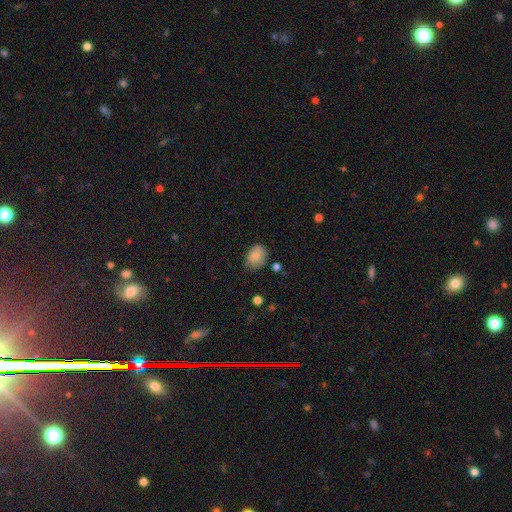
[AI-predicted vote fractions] A smooth galaxy with no disk features (82%) that is in between round and cigar-shaped (68%).

Vote fractions:
- Smooth or featured? smooth: 82% / featured or disk: 10% / star or artifact: 8%
- How rounded? in between: 68% / round: 31% / cigar-shaped: 1%
- Merging? none: 62% / minor disturbance: 29% / major disturbance: 6% / merger: 3%